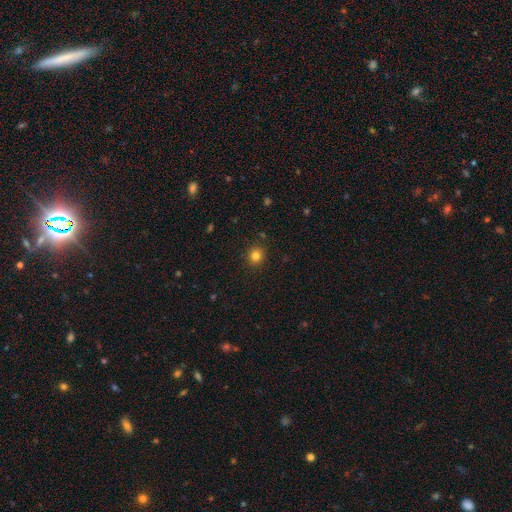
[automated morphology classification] Smooth or featured? smooth (81%)
How rounded? round (91%)
Merging? none (91%)